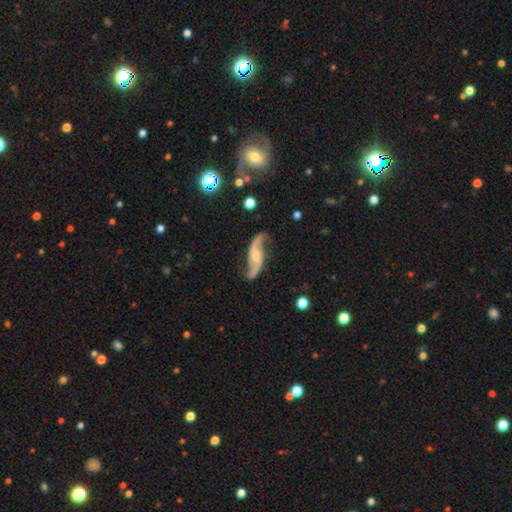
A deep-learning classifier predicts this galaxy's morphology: Smooth or featured? featured or disk (88%)
Edge-on disk? no (93%)
Bar? no (56%)
Spiral arms? yes (96%)
Spiral winding? loose (84%)
Spiral arm count? 2 (94%)
Bulge size? small (51%)
Merging? none (76%)